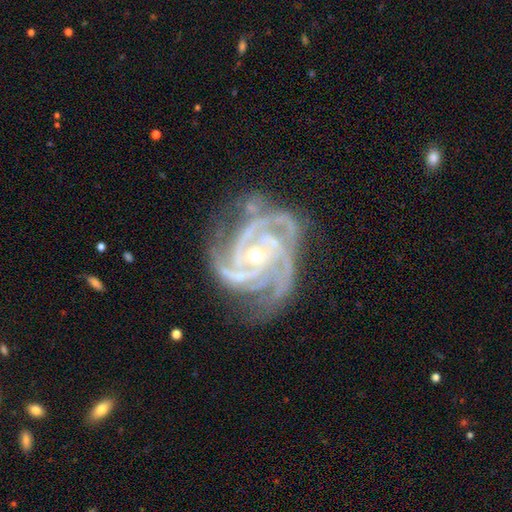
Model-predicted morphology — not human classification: Overall: featured or disk (92%). Edge-on disk: no (98%). Bar: no (67%). Spiral arms: yes (99%). Spiral arm count: 3 (37%; 4 34%). Spiral winding: tight (63%; medium 33%). Bulge size: small (59%; moderate 38%). Merging: none (64%).